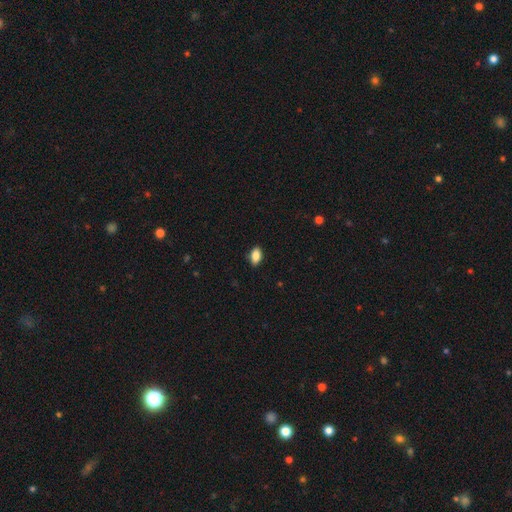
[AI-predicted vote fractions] Q: Smooth or featured?
A: smooth (86%); runner-up: star or artifact (8%)
Q: How rounded?
A: in between (90%); runner-up: round (6%)
Q: Merging?
A: none (88%); runner-up: minor disturbance (9%)